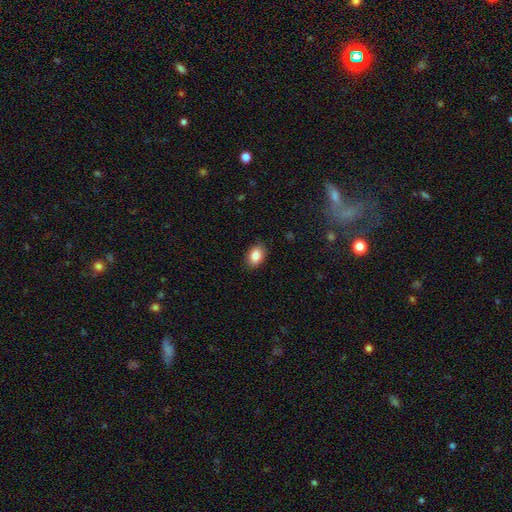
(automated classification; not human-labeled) This appears to be a smooth galaxy with no disk features (84%) that is in between round and cigar-shaped (82%). Merging: none (88%).